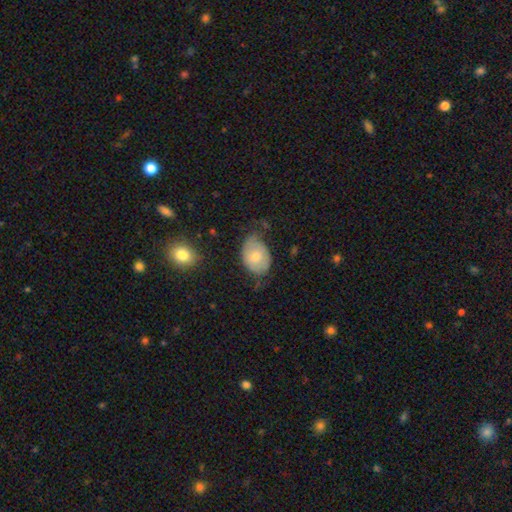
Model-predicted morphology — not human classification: This is likely a smooth galaxy (67%). How rounded: likely in between (76%). Merging: possibly none (52%).